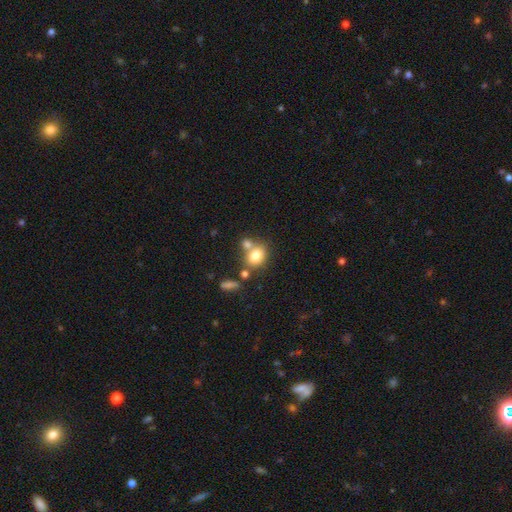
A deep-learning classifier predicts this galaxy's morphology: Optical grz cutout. It shows a smooth galaxy with no disk features (78%) that is in between round and cigar-shaped (52%). Merging: none (49%).